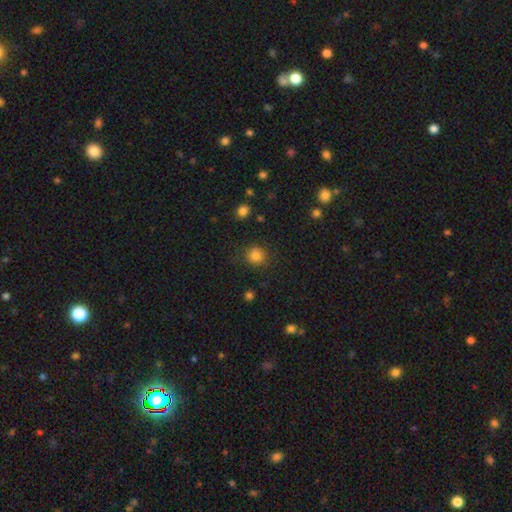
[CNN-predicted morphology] Smooth or featured? Predicted: smooth (p=0.82). How rounded? Predicted: round (p=0.84). Merging? Predicted: none (p=0.78).